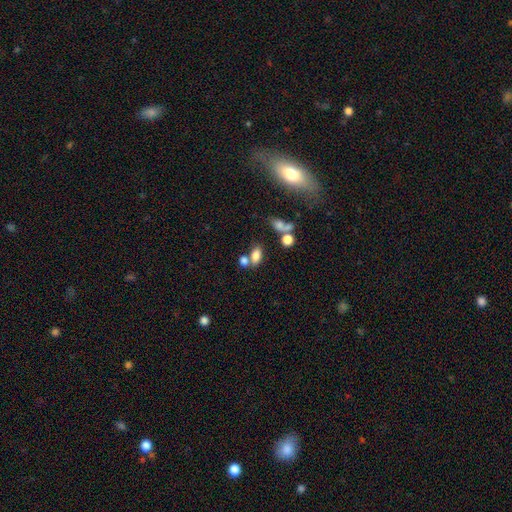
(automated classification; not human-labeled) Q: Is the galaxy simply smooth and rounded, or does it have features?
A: smooth — 78%.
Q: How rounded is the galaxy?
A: in between — 86%.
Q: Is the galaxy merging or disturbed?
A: none — 47%.